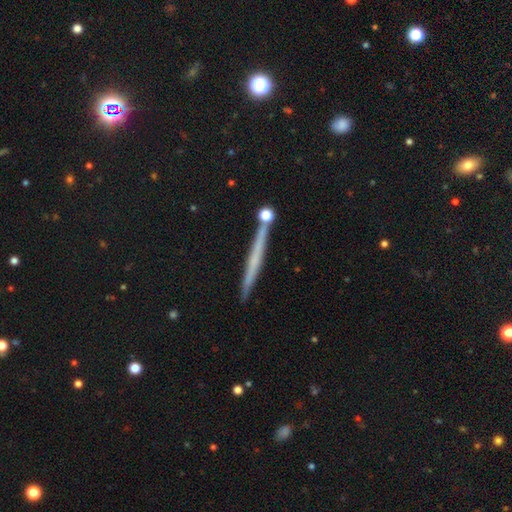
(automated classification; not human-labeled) Morphology: type=featured or disk (51%); edge-on=yes (96%); merging=none (87%).